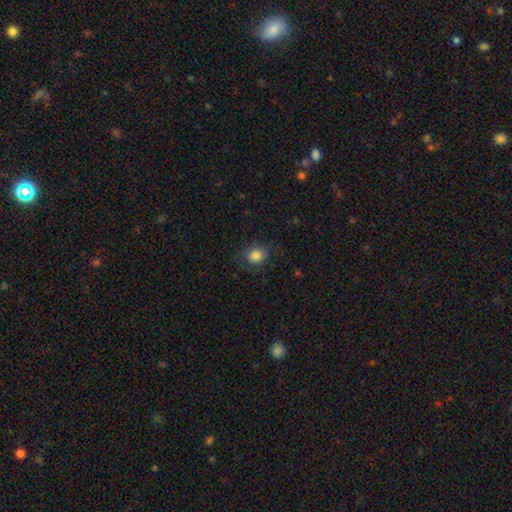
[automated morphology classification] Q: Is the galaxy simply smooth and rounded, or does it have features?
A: smooth — 84%.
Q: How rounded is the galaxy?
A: round — 66%.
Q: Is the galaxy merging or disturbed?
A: none — 78%.